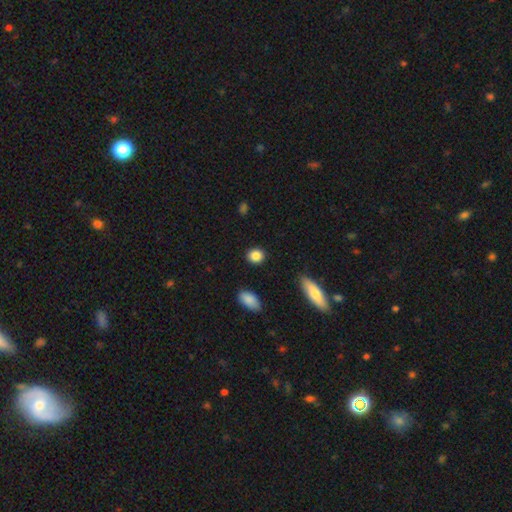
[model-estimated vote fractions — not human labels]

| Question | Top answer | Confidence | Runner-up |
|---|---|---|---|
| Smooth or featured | smooth | 87% | star or artifact (8%) |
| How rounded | round | 66% | in between (32%) |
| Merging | none | 89% | minor disturbance (7%) |